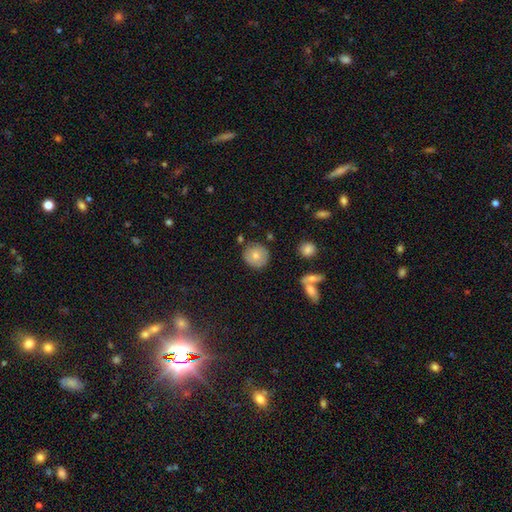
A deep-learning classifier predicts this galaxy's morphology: Smooth or featured? smooth (72%)
How rounded? round (90%)
Merging? none (80%)